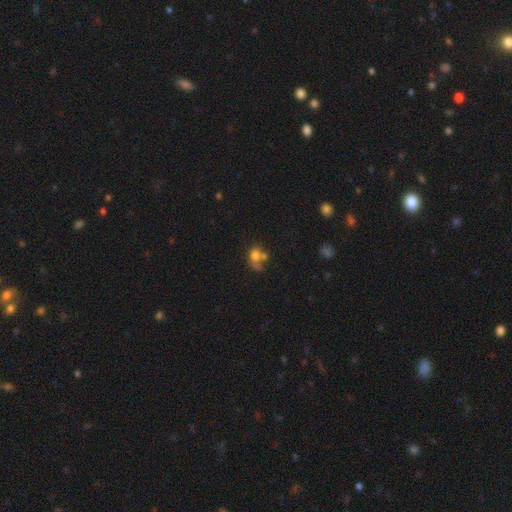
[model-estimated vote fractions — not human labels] Morphology: type=smooth (65%); roundness=round (53%); merging=merger (42%).